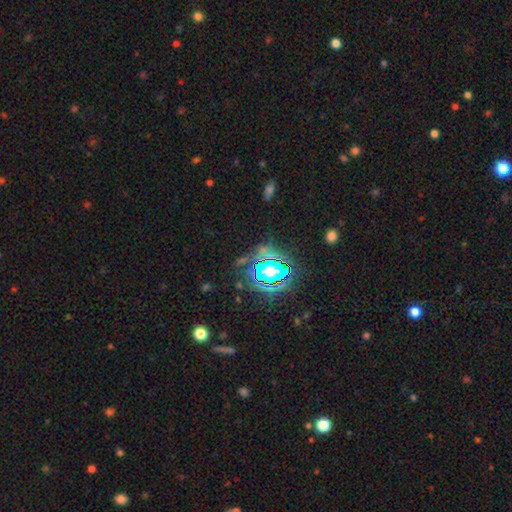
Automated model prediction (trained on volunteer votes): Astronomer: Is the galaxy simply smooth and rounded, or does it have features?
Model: star or artifact — 83%.